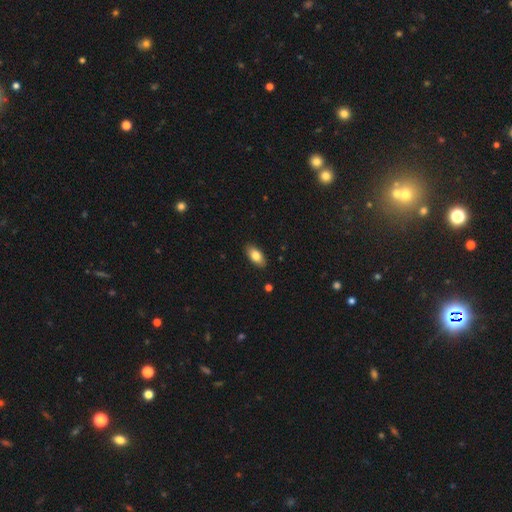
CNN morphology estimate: smooth-or-featured: smooth: 81% | featured or disk: 12% | star or artifact: 7%
  how-rounded: in between: 90% | cigar-shaped: 7% | round: 3%
  merging: none: 89% | minor disturbance: 9% | major disturbance: 2% | merger: 1%